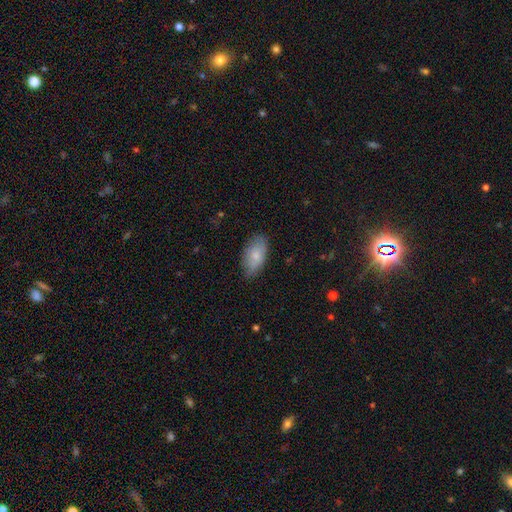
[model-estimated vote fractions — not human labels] smooth-or-featured: smooth: 76% | featured or disk: 17% | star or artifact: 6%
  how-rounded: in between: 91% | cigar-shaped: 5% | round: 3%
  merging: none: 77% | minor disturbance: 19% | major disturbance: 3% | merger: 1%